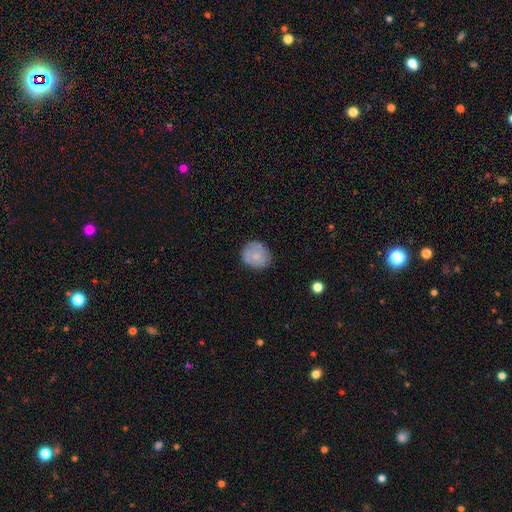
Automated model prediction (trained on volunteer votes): smooth_or_featured: smooth (p=0.68) [alt: featured or disk p=0.24]
how_rounded: round (p=0.76) [alt: in between p=0.23]
merging: none (p=0.74) [alt: minor disturbance p=0.18]